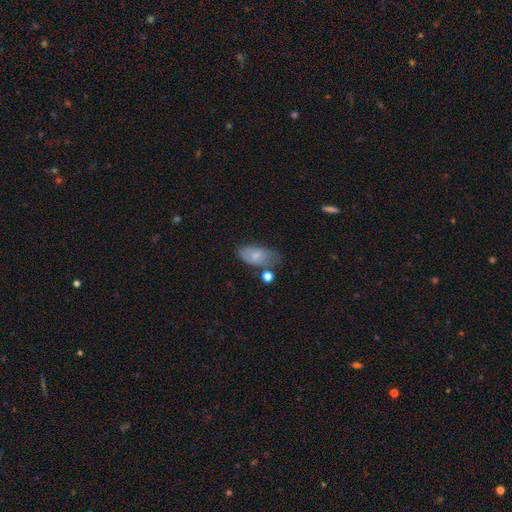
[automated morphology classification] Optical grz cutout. It shows a smooth galaxy with no disk features (71%) that is in between round and cigar-shaped (91%). Merging: none (51%).